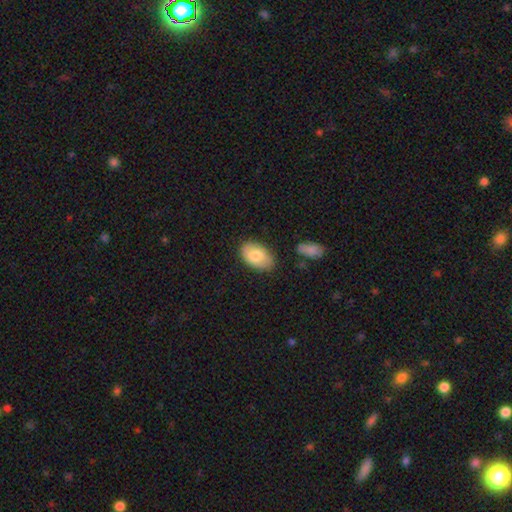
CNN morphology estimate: Smooth or featured?
  - smooth: 78% *
  - featured or disk: 16%
  - star or artifact: 6%
How rounded?
  - in between: 92% *
  - round: 7%
  - cigar-shaped: 1%
Merging?
  - none: 79% *
  - minor disturbance: 16%
  - major disturbance: 3%
  - merger: 3%